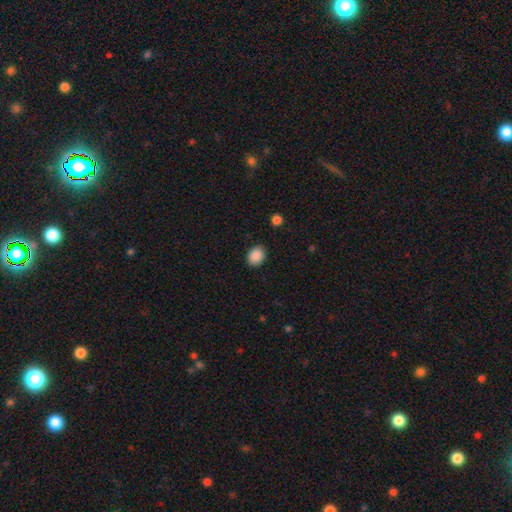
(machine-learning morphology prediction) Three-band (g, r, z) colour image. It shows a smooth galaxy with no disk features (89%) that is in between round and cigar-shaped (60%). Merging: none (87%).